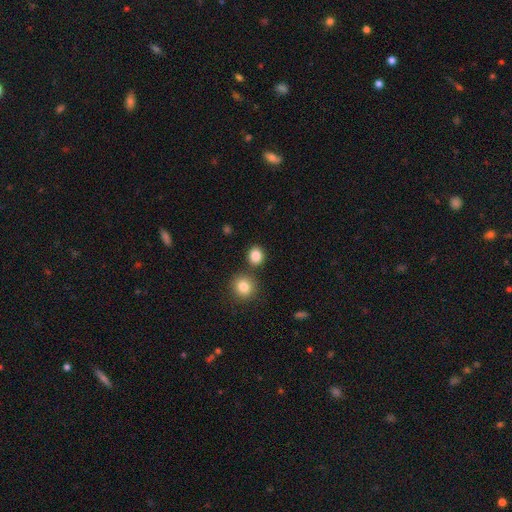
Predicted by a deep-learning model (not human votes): smooth_or_featured: smooth (p=0.85) [alt: star or artifact p=0.10]
how_rounded: round (p=0.77) [alt: in between p=0.22]
merging: none (p=0.81) [alt: merger p=0.08]